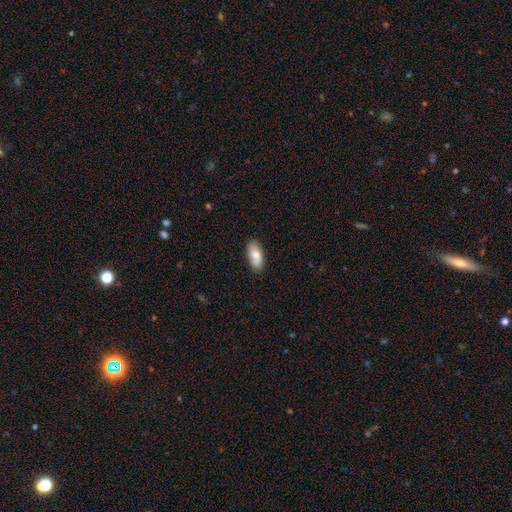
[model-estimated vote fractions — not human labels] This appears to be a smooth galaxy with no disk features (73%) that is in between round and cigar-shaped (88%). Merging: none (82%).